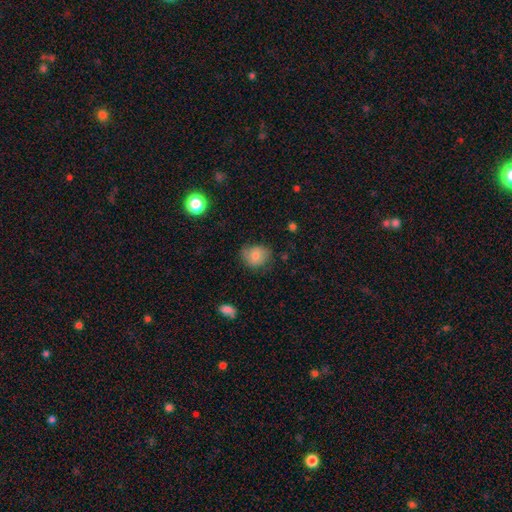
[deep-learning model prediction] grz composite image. It shows a smooth galaxy with no disk features (69%) that is round (63%). Merging: none (63%).